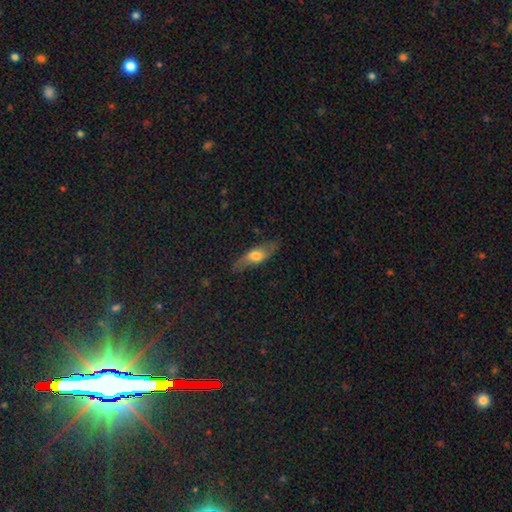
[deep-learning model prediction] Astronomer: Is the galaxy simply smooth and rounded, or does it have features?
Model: smooth — 53% (runner-up: featured or disk, 40%).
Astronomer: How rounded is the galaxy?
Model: in between — 53% (runner-up: cigar-shaped, 42%).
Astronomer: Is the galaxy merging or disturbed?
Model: none — 76%.